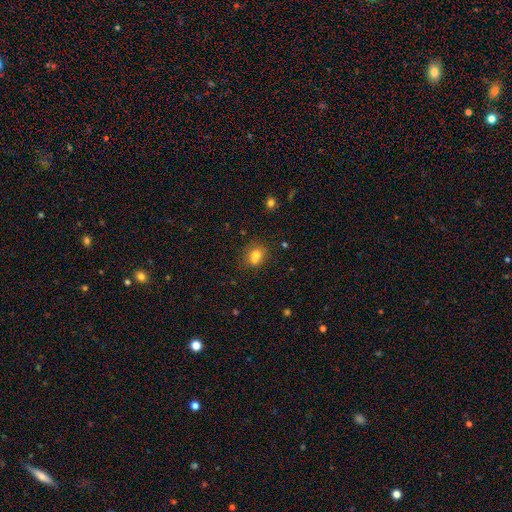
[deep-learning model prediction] Smooth or featured? smooth (75%)
How rounded? round (58%)
Merging? none (53%)